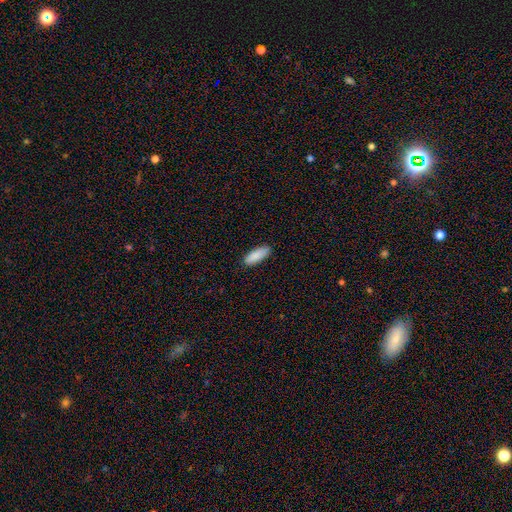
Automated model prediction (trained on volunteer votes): Smooth or featured: smooth — 89% (star or artifact — 6%)
How rounded: in between — 68% (cigar-shaped — 30%)
Merging: none — 86% (minor disturbance — 11%)